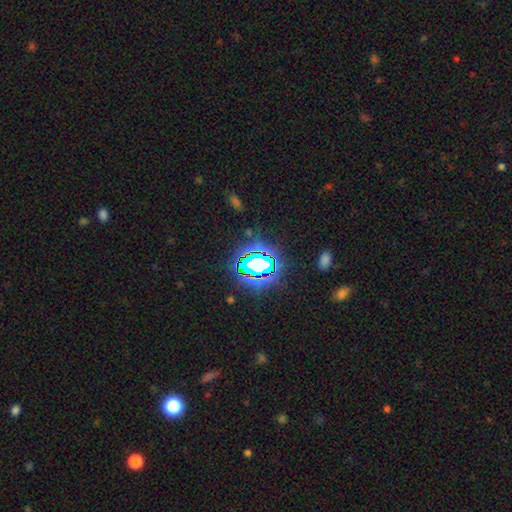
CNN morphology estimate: The model was most divided on "smooth or featured": star or artifact: 76%, smooth: 15%, featured or disk: 9%.